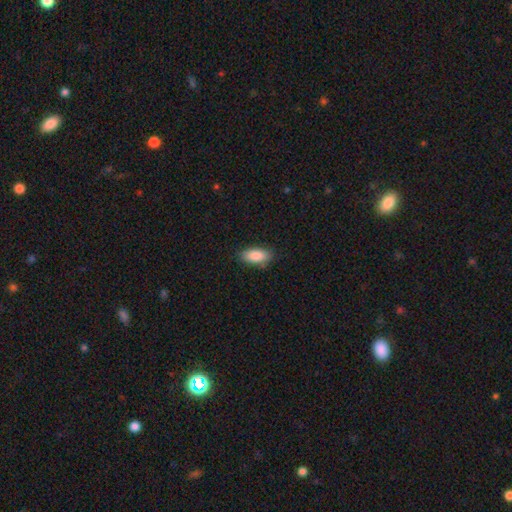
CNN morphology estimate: This appears to be a smooth galaxy with no disk features (88%) that is in between round and cigar-shaped (87%). Merging: none (84%).